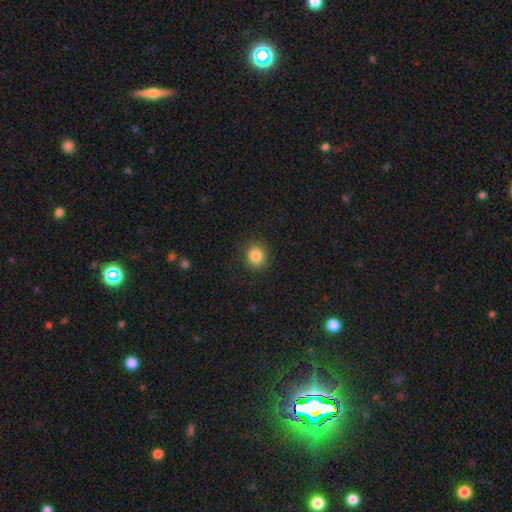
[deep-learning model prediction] This is clearly a smooth galaxy (84%). How rounded: clearly round (83%). Merging: clearly none (88%).